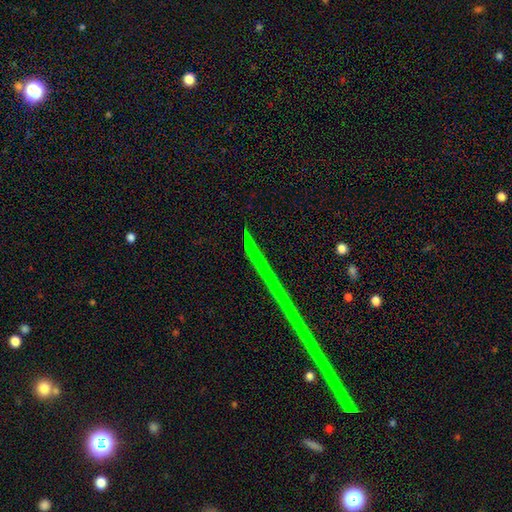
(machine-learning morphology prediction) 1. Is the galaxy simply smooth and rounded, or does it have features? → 79% star or artifact, 12% featured or disk, 8% smooth.